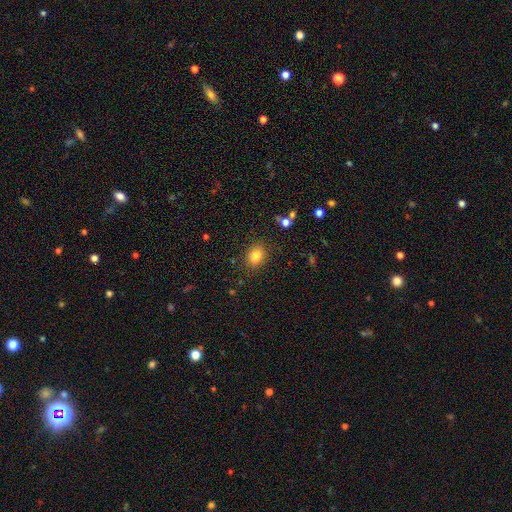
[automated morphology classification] Q: Smooth or featured?
A: smooth (83%); runner-up: star or artifact (11%)
Q: How rounded?
A: in between (59%); runner-up: round (40%)
Q: Merging?
A: none (84%); runner-up: minor disturbance (10%)